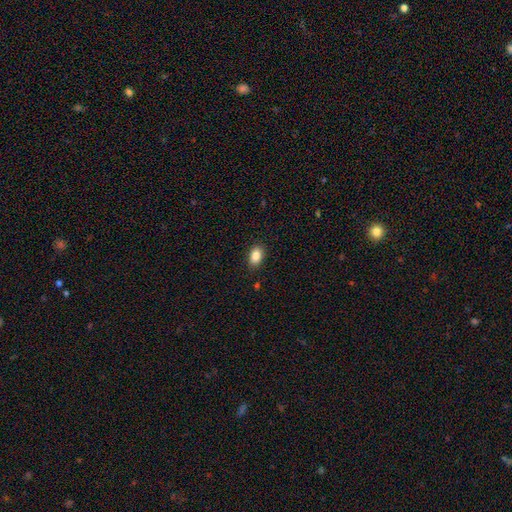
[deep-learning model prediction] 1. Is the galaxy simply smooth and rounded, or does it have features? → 88% smooth, 8% star or artifact, 4% featured or disk.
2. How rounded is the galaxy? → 87% in between, 11% round, 2% cigar-shaped.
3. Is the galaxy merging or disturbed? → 88% none, 9% minor disturbance, 2% major disturbance, 1% merger.